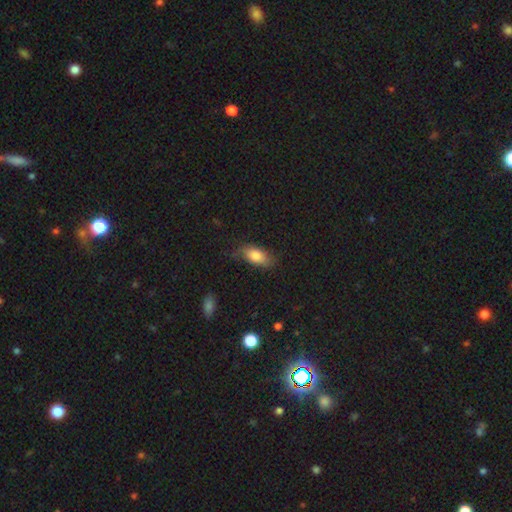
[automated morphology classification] Smooth or featured?
  - smooth: 81% *
  - featured or disk: 12%
  - star or artifact: 8%
How rounded?
  - in between: 88% *
  - cigar-shaped: 8%
  - round: 4%
Merging?
  - none: 68% *
  - minor disturbance: 24%
  - major disturbance: 6%
  - merger: 2%